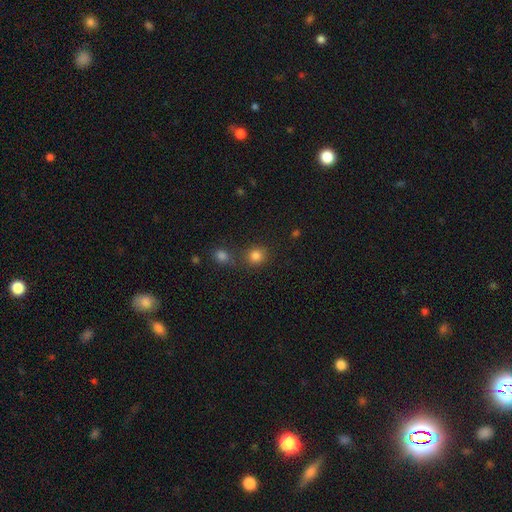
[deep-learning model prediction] smooth-or-featured: smooth: 82% | star or artifact: 13% | featured or disk: 5%
  how-rounded: round: 88% | in between: 11% | cigar-shaped: 1%
  merging: none: 70% | merger: 17% | minor disturbance: 9% | major disturbance: 4%